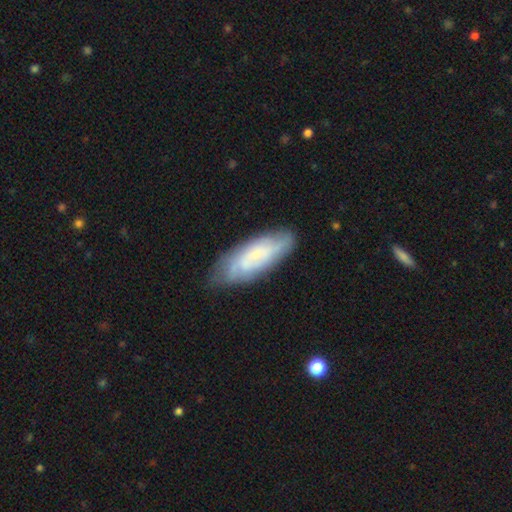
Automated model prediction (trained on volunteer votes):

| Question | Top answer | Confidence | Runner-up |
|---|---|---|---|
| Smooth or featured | featured or disk | 59% | smooth (35%) |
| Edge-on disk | no | 85% | yes (15%) |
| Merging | none | 71% | minor disturbance (21%) |